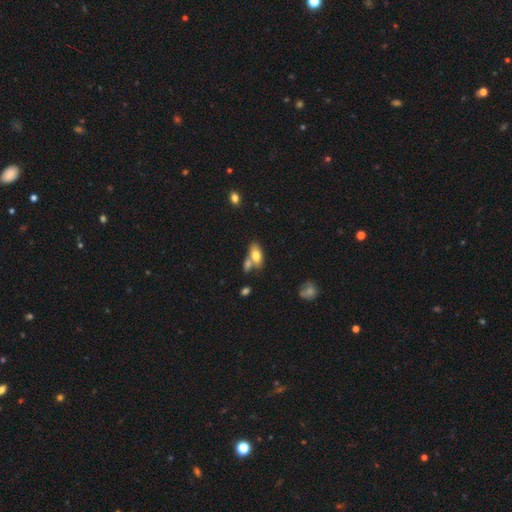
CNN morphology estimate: Overall: smooth (75%). How rounded: in between (87%). Merging: none (46%; merger 37%).